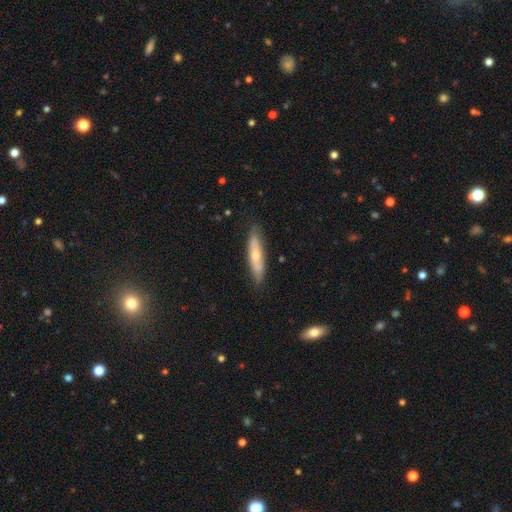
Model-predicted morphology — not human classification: The model was most divided on "smooth or featured": smooth: 54%, featured or disk: 40%, star or artifact: 6%. More confident: merging — none (82%); how rounded — cigar-shaped (78%).